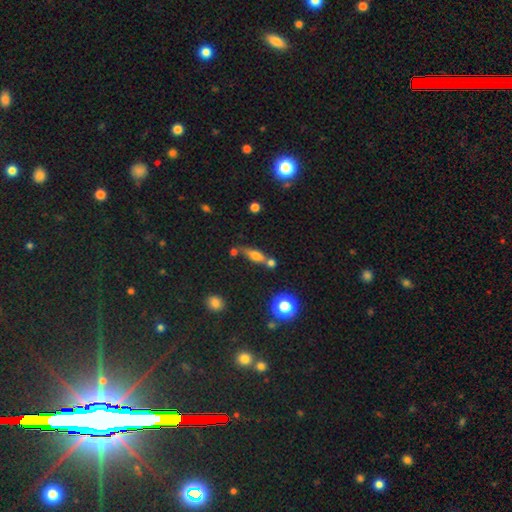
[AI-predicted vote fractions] Smooth or featured? Predicted: smooth (p=0.52). How rounded? Predicted: in between (p=0.46, tied with cigar-shaped). Merging? Predicted: none (p=0.54).